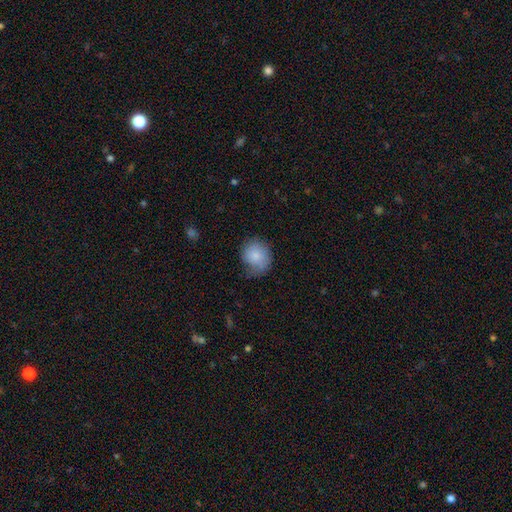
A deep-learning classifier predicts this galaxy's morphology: smooth_or_featured: smooth (p=0.80) [alt: featured or disk p=0.13]
how_rounded: round (p=0.78) [alt: in between p=0.21]
merging: none (p=0.50) [alt: minor disturbance p=0.34]